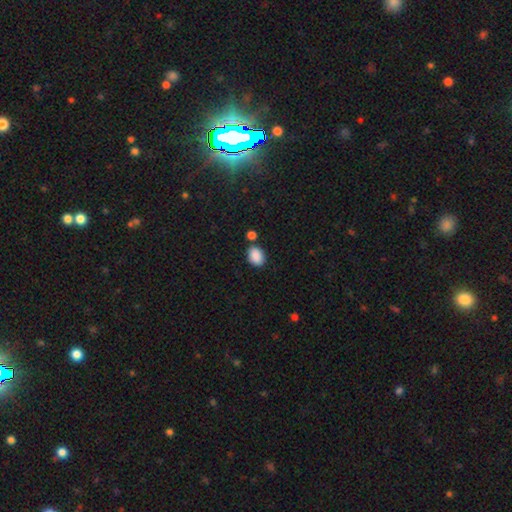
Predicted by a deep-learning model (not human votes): Q: Smooth or featured?
A: smooth (88%); runner-up: star or artifact (8%)
Q: How rounded?
A: in between (75%); runner-up: round (24%)
Q: Merging?
A: none (76%); runner-up: minor disturbance (12%)